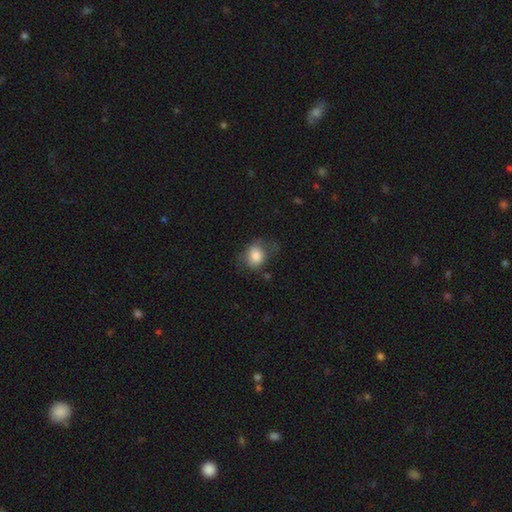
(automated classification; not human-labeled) Overall: smooth (80%). How rounded: round (52%; in between 47%). Merging: none (52%; minor disturbance 29%).